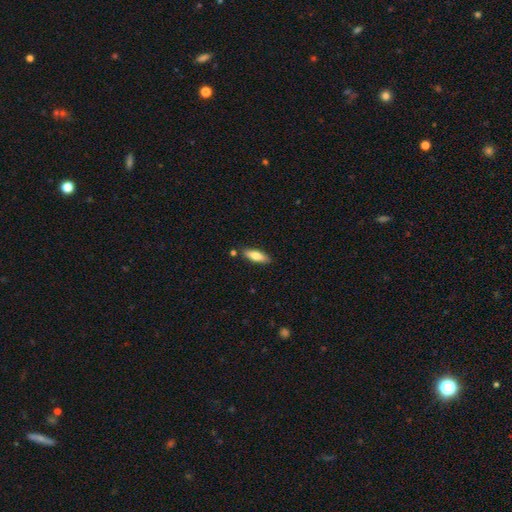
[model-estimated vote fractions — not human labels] smooth 75%, featured or disk 19%, star or artifact 6%. Down the decision tree: how rounded — in between (60%); merging — none (84%).